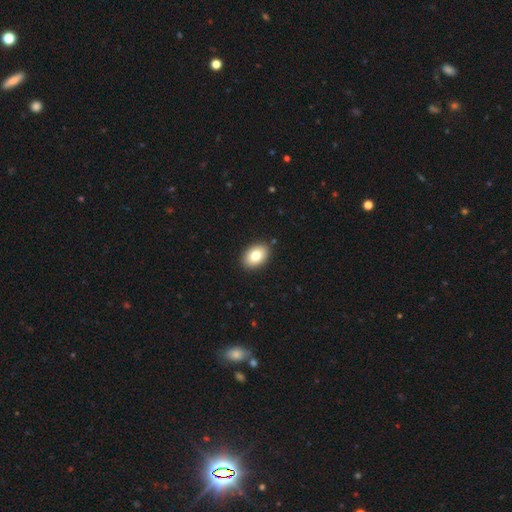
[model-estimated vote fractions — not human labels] This appears to be a smooth galaxy with no disk features (81%) that is in between round and cigar-shaped (84%). Merging: none (89%).